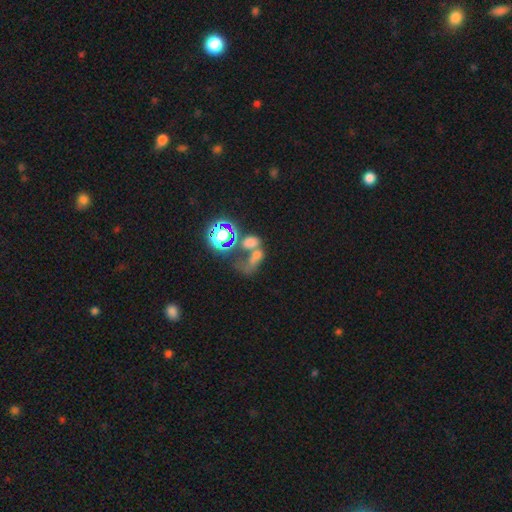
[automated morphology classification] The model was most divided on "smooth or featured": smooth: 53%, star or artifact: 27%, featured or disk: 20%. More confident: how rounded — in between (73%); merging — merger (57%).